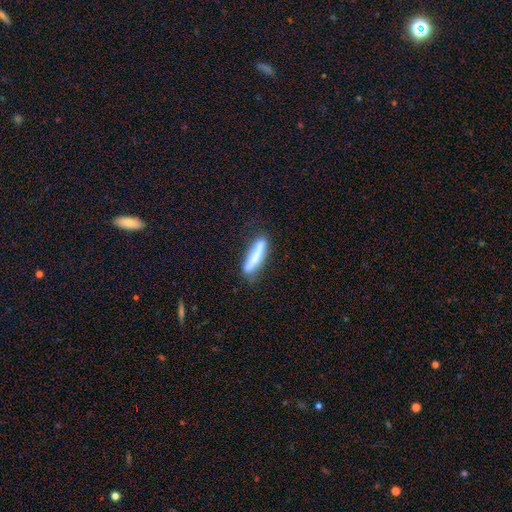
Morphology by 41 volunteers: A smooth galaxy with no disk features (73%) that is cigar-shaped (83%).

Vote fractions:
- Smooth or featured? smooth: 73% / featured or disk: 20% / star or artifact: 7%
- How rounded? cigar-shaped: 83% / in between: 13% / round: 3%
- Merging? none: 63% / minor disturbance: 26% / major disturbance: 8% / merger: 3%